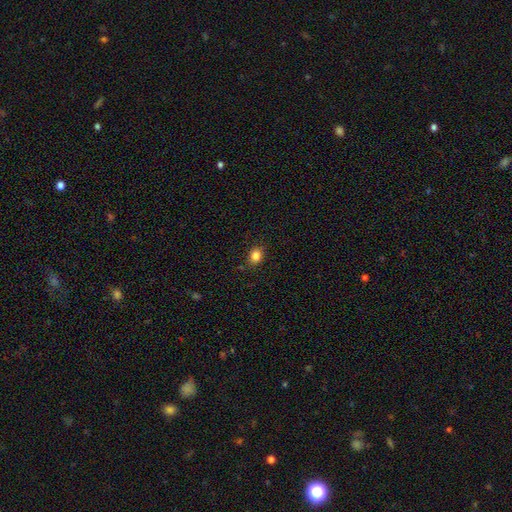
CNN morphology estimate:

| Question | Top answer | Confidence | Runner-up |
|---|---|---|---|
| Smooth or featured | smooth | 83% | star or artifact (12%) |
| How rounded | round | 58% | in between (41%) |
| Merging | none | 86% | minor disturbance (10%) |